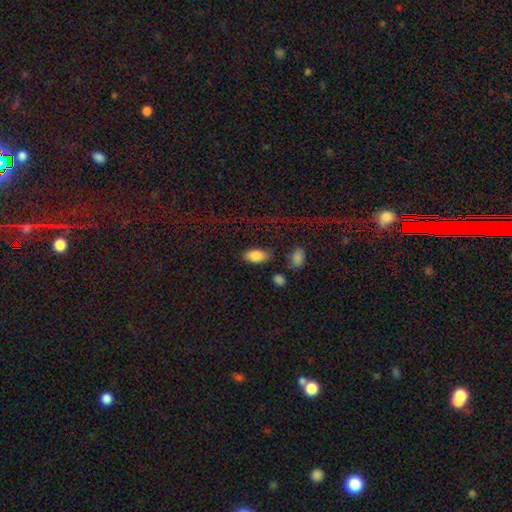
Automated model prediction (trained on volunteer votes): Smooth or featured? Predicted: smooth (p=0.85). How rounded? Predicted: in between (p=0.93). Merging? Predicted: none (p=0.75).